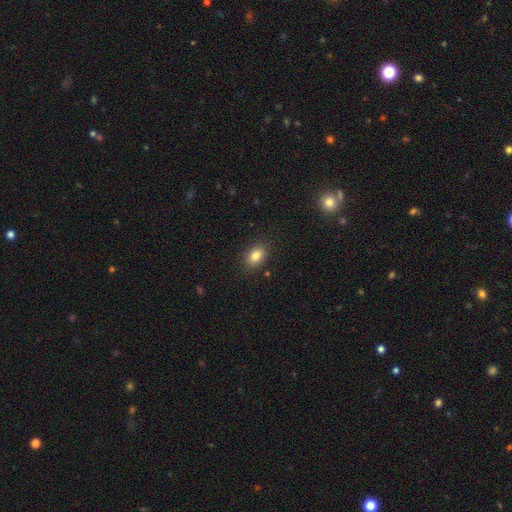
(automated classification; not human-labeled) Q: Smooth or featured?
A: smooth (83%); runner-up: star or artifact (9%)
Q: How rounded?
A: in between (82%); runner-up: round (16%)
Q: Merging?
A: none (87%); runner-up: minor disturbance (9%)